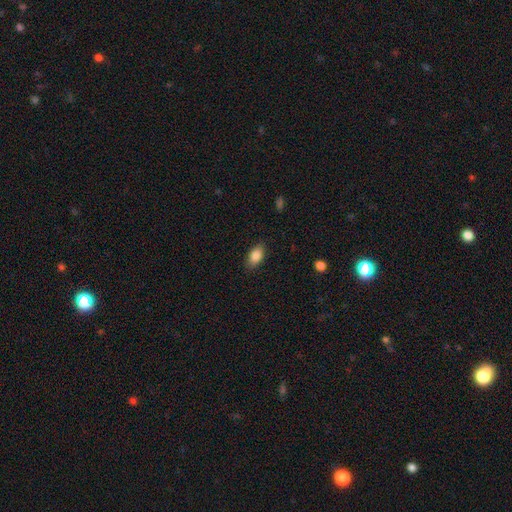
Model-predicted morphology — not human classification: The model was most divided on "merging": none: 85%, minor disturbance: 12%, major disturbance: 3%, merger: 1%. More confident: how rounded — in between (89%); smooth or featured — smooth (86%).